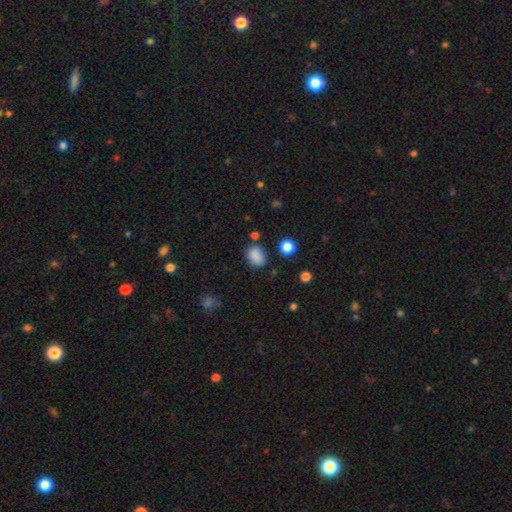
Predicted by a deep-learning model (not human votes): Morphology: type=smooth (85%); roundness=in between (68%); merging=none (75%).